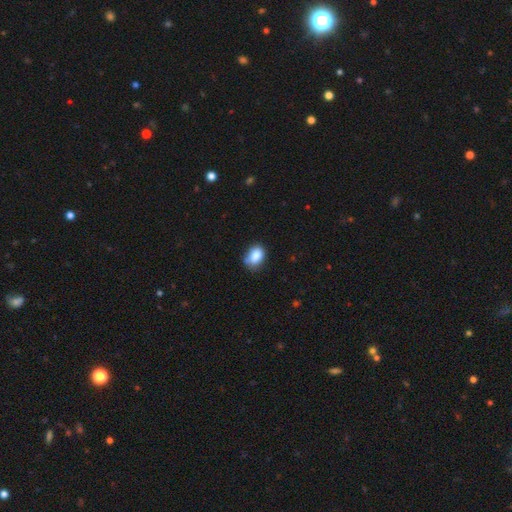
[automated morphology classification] This appears to be a smooth galaxy with no disk features (86%) that is in between round and cigar-shaped (71%). Merging: none (65%).